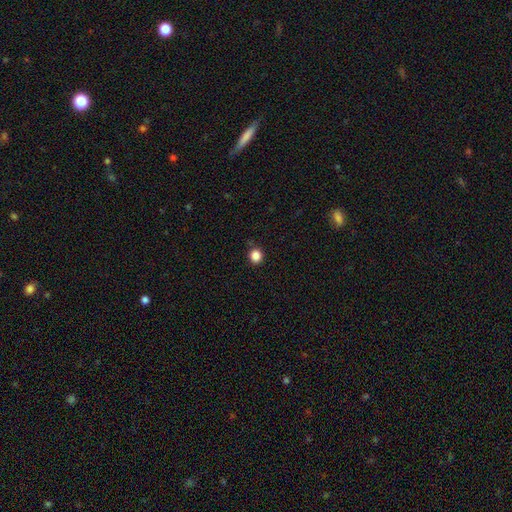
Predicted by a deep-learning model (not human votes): The model was most divided on "smooth or featured": smooth: 85%, star or artifact: 12%, featured or disk: 3%. More confident: how rounded — round (89%); merging — none (88%).